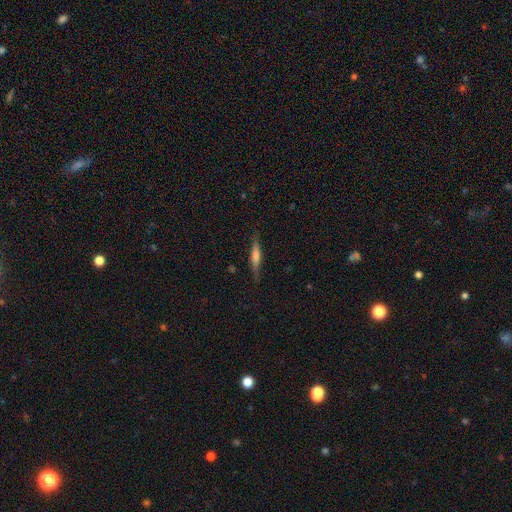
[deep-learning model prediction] A featured or disk galaxy (57%) viewed edge-on (96%) with a rounded central bulge (60%).

Vote fractions:
- Smooth or featured? featured or disk: 57% / smooth: 36% / star or artifact: 7%
- Edge-on disk? yes: 96% / no: 4%
- Edge-on bulge? rounded: 60% / boxy: 20% / none: 19%
- Merging? none: 87% / minor disturbance: 10% / major disturbance: 2% / merger: 1%